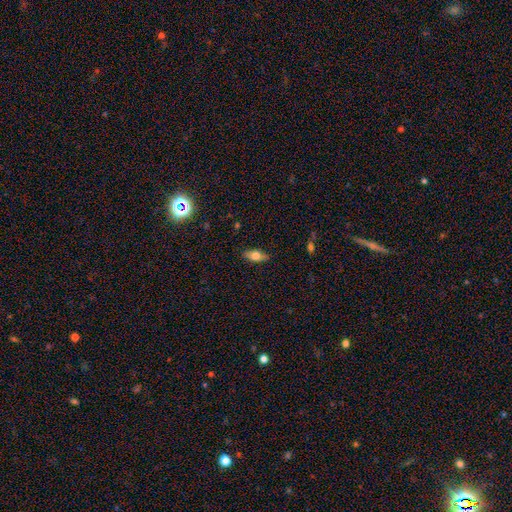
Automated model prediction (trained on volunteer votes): The model was most divided on "smooth or featured": smooth: 66%, featured or disk: 26%, star or artifact: 8%. More confident: merging — none (86%); how rounded — in between (80%).